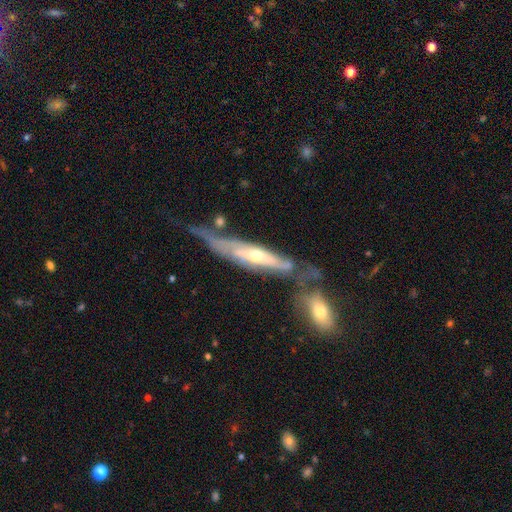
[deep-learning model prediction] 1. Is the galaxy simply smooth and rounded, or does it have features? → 72% featured or disk, 23% smooth, 5% star or artifact.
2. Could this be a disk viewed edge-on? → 55% yes, 45% no.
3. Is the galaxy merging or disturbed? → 40% none, 24% minor disturbance, 19% merger, 16% major disturbance.